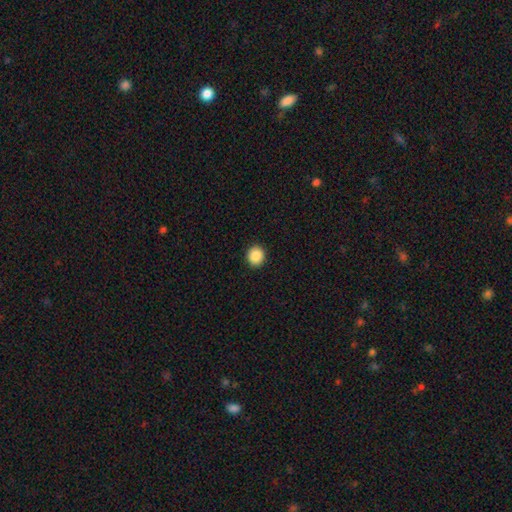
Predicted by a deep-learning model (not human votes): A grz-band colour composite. It shows a smooth galaxy with no disk features (88%) that is round (86%). Merging: none (93%).